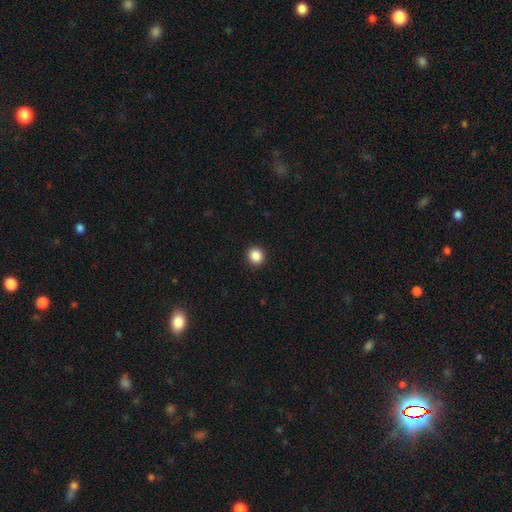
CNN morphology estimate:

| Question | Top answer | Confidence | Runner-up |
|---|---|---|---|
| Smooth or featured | smooth | 87% | star or artifact (9%) |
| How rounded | round | 86% | in between (13%) |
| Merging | none | 93% | minor disturbance (5%) |